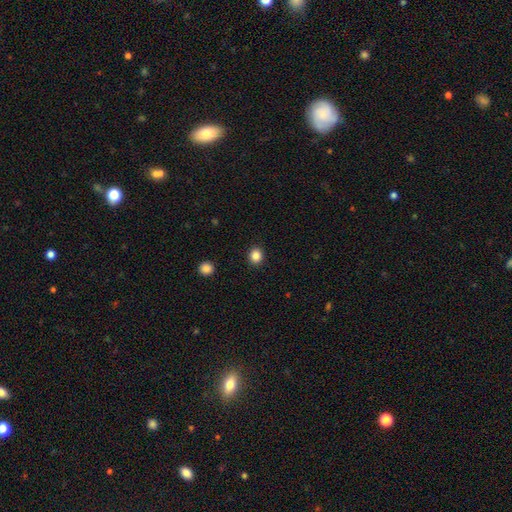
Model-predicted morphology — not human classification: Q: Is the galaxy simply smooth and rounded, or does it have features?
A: smooth — 86%.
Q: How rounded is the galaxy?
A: round — 83%.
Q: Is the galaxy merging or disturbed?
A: none — 92%.